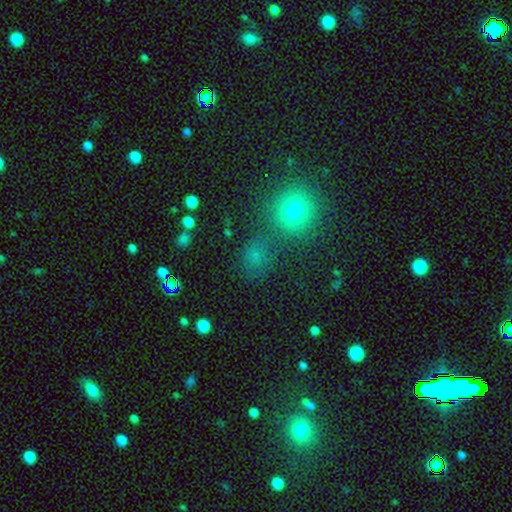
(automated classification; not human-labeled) Smooth or featured?
  - smooth: 66% *
  - star or artifact: 27%
  - featured or disk: 7%
How rounded?
  - round: 74% *
  - in between: 24%
  - cigar-shaped: 2%
Merging?
  - none: 65% *
  - merger: 18%
  - minor disturbance: 11%
  - major disturbance: 6%